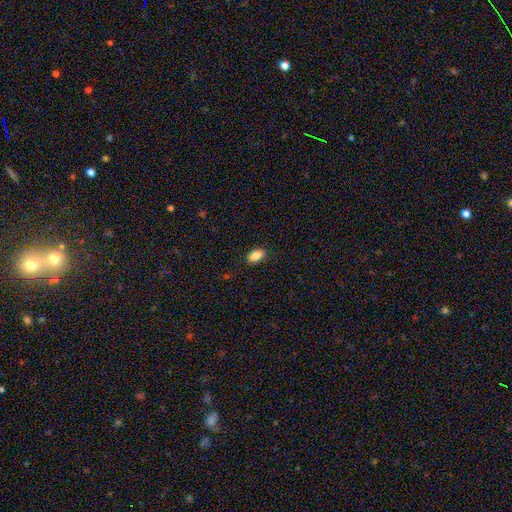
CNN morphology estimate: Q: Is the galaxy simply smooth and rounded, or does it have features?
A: smooth — 88%.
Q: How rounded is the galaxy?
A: in between — 91%.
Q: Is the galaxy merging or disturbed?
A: none — 86%.